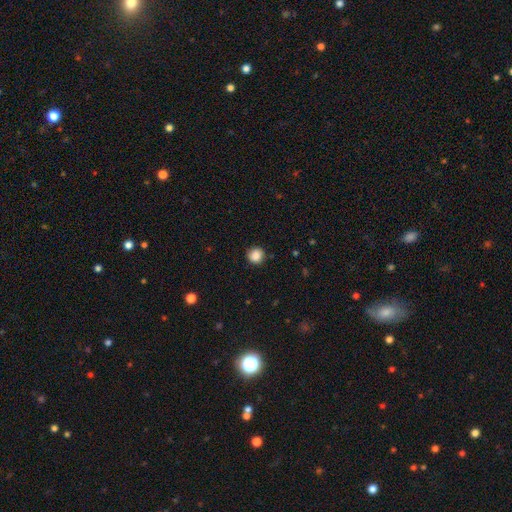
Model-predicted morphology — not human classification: This appears to be a smooth galaxy with no disk features (87%) that is round (91%). Merging: none (86%).